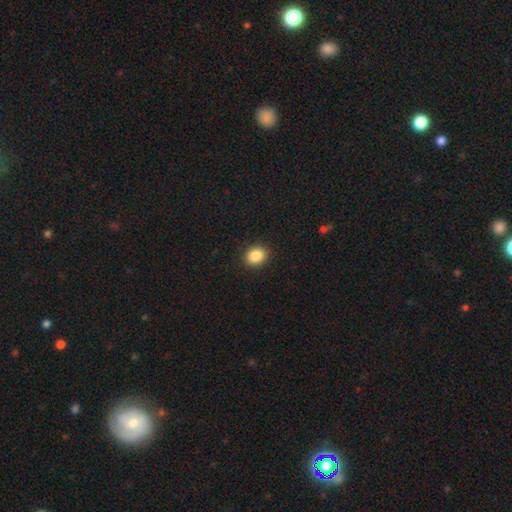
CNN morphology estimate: Smooth or featured? Predicted: smooth (p=0.87). How rounded? Predicted: round (p=0.56). Merging? Predicted: none (p=0.90).